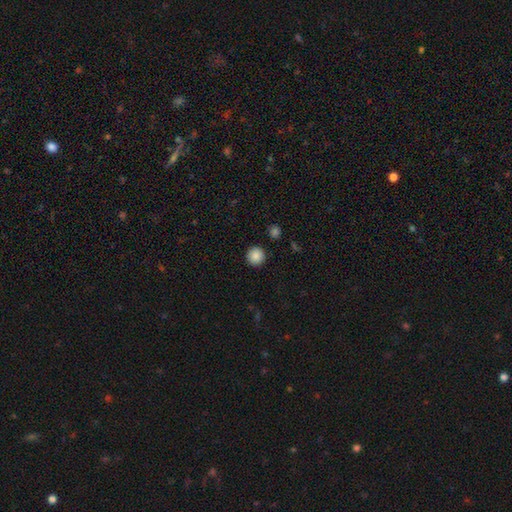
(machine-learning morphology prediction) Overall: smooth (88%). How rounded: round (95%). Merging: none (92%).